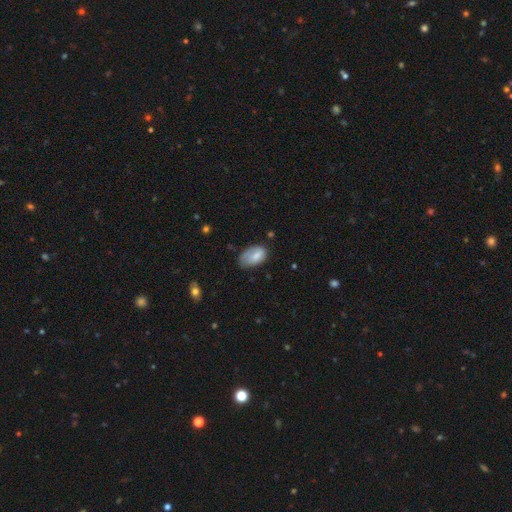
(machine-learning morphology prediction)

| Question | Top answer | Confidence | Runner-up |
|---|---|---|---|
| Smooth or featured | smooth | 73% | featured or disk (20%) |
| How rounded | in between | 92% | round (6%) |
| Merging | none | 49% | minor disturbance (35%) |